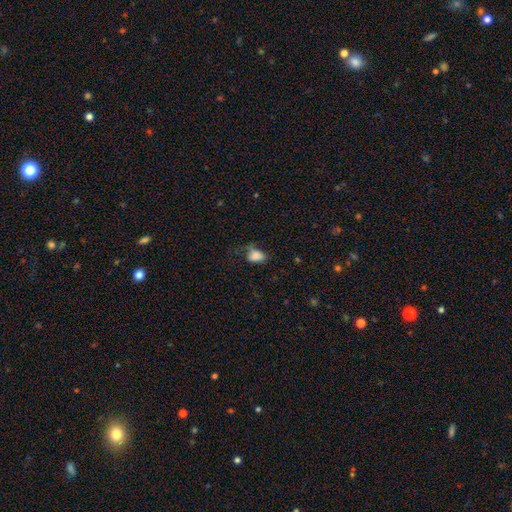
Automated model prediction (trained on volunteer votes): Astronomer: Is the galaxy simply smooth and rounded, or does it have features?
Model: smooth — 83%.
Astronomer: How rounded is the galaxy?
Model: in between — 84%.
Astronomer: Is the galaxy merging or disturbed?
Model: none — 40% (runner-up: minor disturbance, 32%).